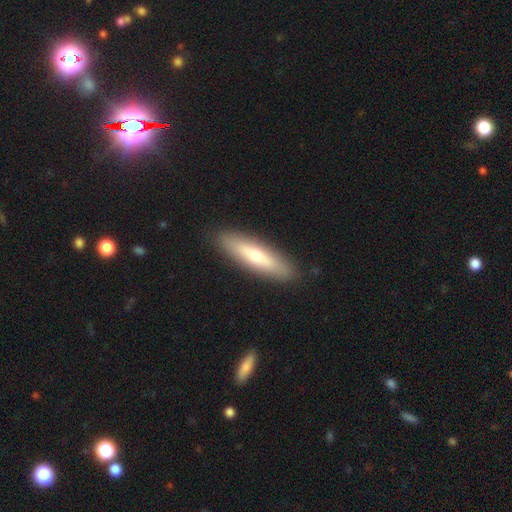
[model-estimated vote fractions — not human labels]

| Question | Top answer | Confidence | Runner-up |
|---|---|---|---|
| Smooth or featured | smooth | 58% | featured or disk (37%) |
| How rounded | cigar-shaped | 71% | in between (27%) |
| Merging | none | 90% | minor disturbance (7%) |